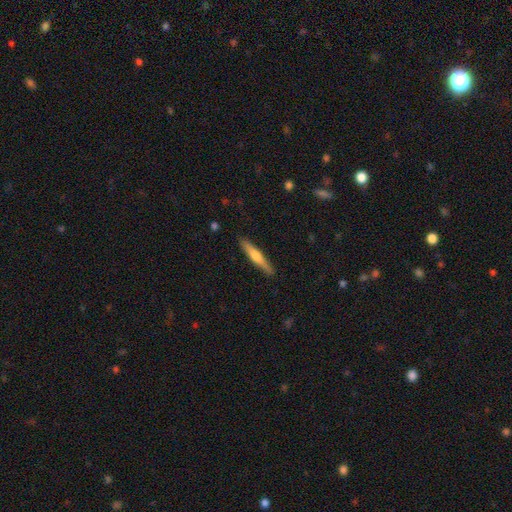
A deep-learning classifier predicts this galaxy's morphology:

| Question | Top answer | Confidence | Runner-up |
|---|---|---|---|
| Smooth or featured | featured or disk | 50% | smooth (45%) |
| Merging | none | 89% | minor disturbance (8%) |